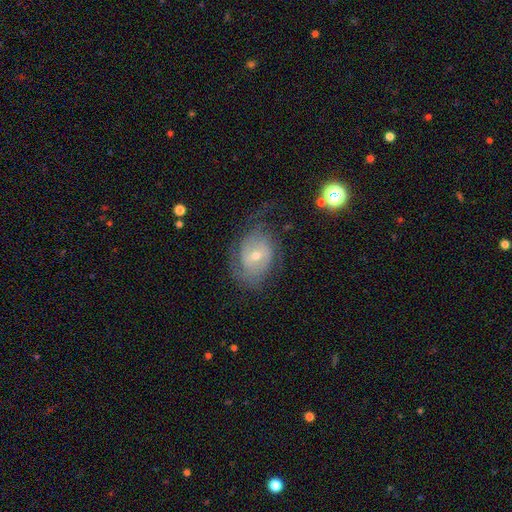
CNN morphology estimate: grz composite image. It shows a featured or disk galaxy (72%) with a weak bar (52%), 2 (46%) tight (42%) spiral arms (85%) and a small central bulge (50%). Merging: none (52%).